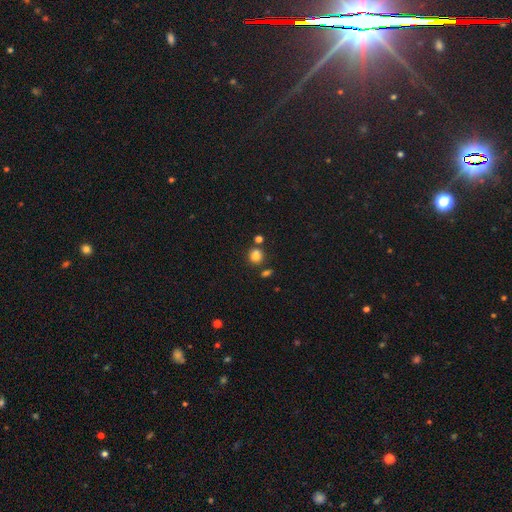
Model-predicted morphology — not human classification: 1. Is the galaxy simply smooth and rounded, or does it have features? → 82% smooth, 13% star or artifact, 6% featured or disk.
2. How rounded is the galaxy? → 83% round, 16% in between, 1% cigar-shaped.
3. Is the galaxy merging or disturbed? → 73% none, 13% merger, 11% minor disturbance, 3% major disturbance.